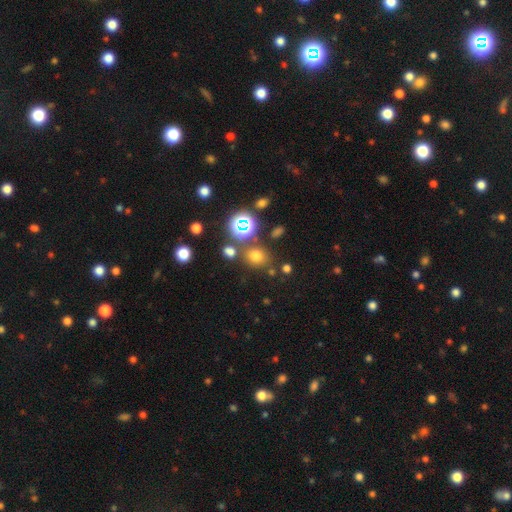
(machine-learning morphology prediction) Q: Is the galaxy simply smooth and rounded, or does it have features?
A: smooth — 66%.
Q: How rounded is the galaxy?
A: round — 69%.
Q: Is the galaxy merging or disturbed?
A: none — 73%.